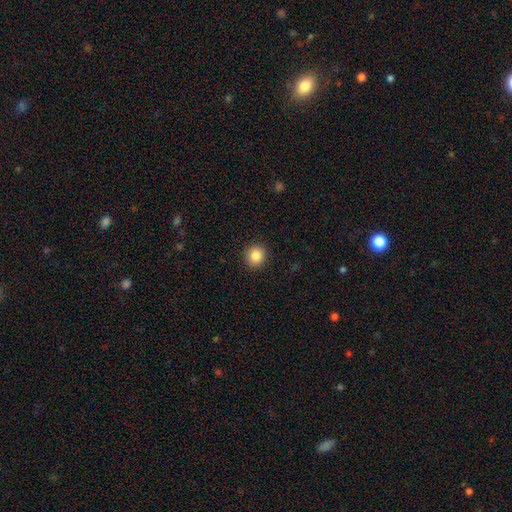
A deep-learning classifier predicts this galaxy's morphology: The model was most divided on "smooth or featured": smooth: 86%, star or artifact: 10%, featured or disk: 4%. More confident: merging — none (91%); how rounded — round (89%).